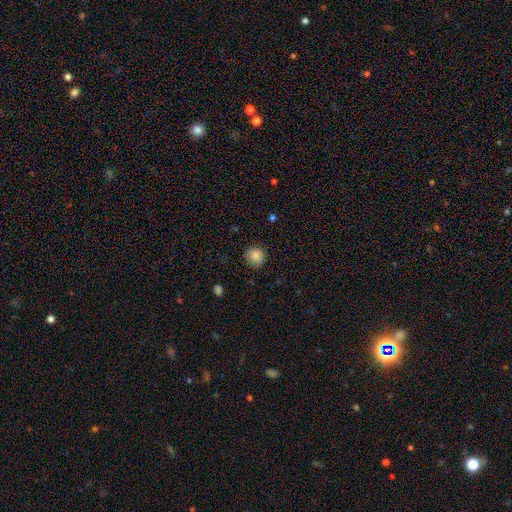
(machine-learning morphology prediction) Overall: smooth (86%). How rounded: round (83%). Merging: none (80%).